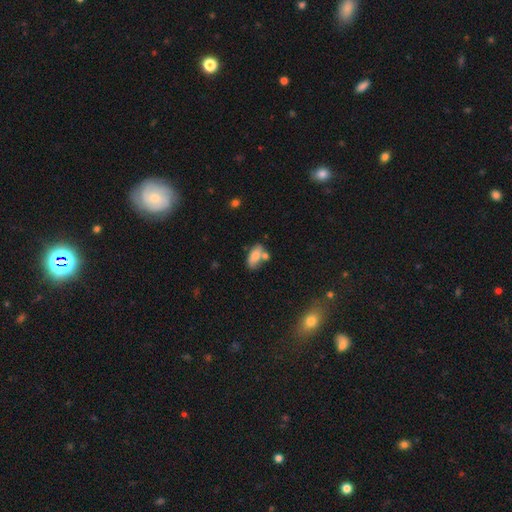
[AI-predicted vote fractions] smooth-or-featured: smooth: 77% | featured or disk: 15% | star or artifact: 8%
  how-rounded: in between: 89% | cigar-shaped: 7% | round: 4%
  merging: none: 49% | merger: 27% | minor disturbance: 18% | major disturbance: 6%